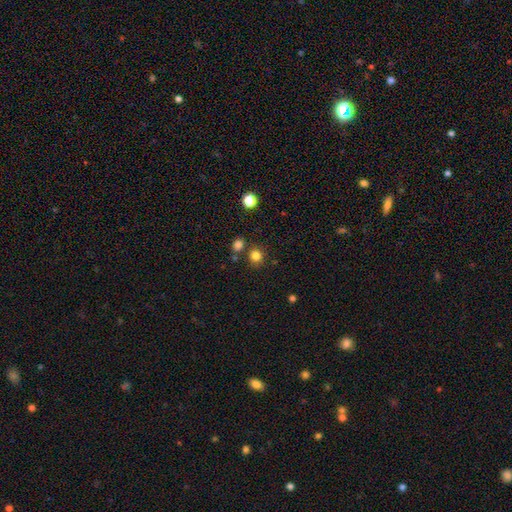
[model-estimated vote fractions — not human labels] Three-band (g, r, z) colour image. It shows a smooth galaxy with no disk features (81%) that is round (88%). Merging: none (80%).